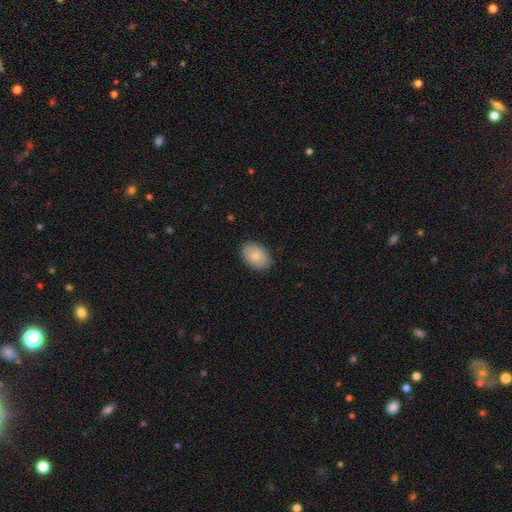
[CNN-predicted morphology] Smooth or featured: smooth — 82% (featured or disk — 12%)
How rounded: in between — 85% (round — 14%)
Merging: none — 88% (minor disturbance — 9%)